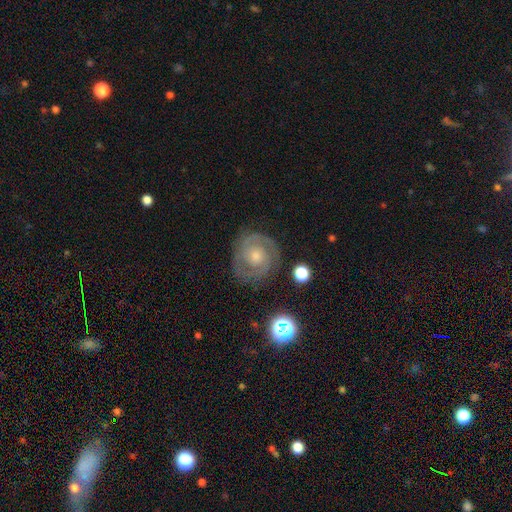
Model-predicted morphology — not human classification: Overall: featured or disk (81%). Edge-on disk: no (98%). Bar: no (73%). Spiral arms: yes (94%). Spiral arm count: 2 (68%). Spiral winding: tight (69%). Bulge size: moderate (47%; small 45%). Merging: none (82%).